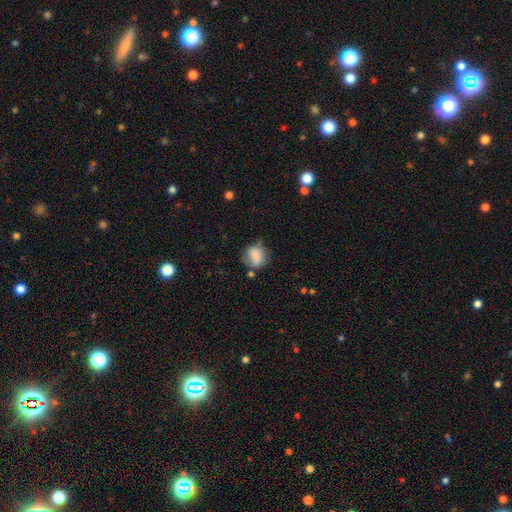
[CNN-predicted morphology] smooth_or_featured: smooth (p=0.77) [alt: featured or disk p=0.14]
how_rounded: round (p=0.69) [alt: in between p=0.29]
merging: none (p=0.56) [alt: minor disturbance p=0.27]